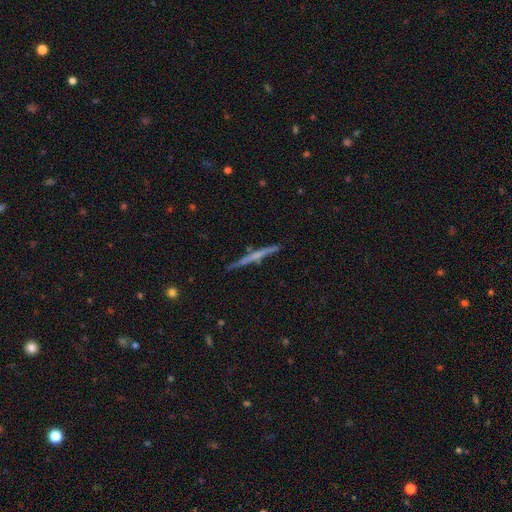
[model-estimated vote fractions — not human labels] Overall: featured or disk (62%; smooth 32%). Edge-on disk: yes (98%). Edge-on bulge: none (64%; rounded 27%). Merging: none (89%).